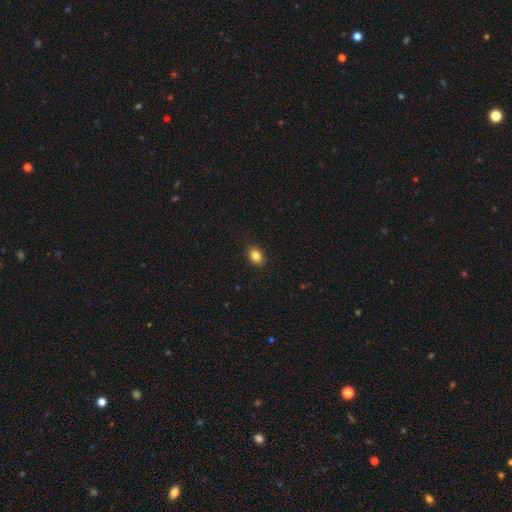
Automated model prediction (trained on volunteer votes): Smooth or featured? Predicted: smooth (p=0.85). How rounded? Predicted: in between (p=0.67). Merging? Predicted: none (p=0.90).